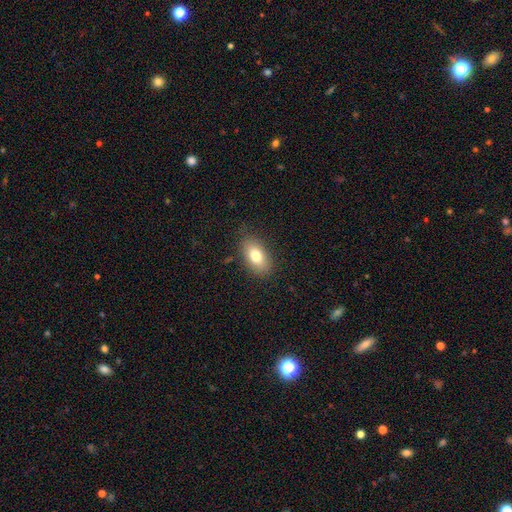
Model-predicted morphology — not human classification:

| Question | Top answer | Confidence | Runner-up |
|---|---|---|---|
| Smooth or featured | smooth | 77% | featured or disk (14%) |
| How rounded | in between | 90% | round (7%) |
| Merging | none | 83% | minor disturbance (12%) |